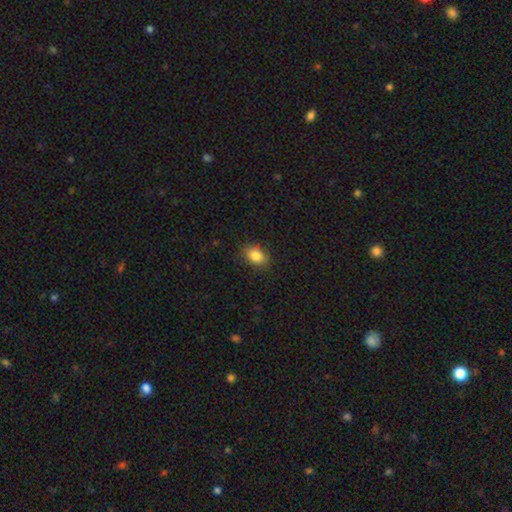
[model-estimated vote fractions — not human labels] The model was most divided on "how rounded": in between: 76%, round: 23%, cigar-shaped: 1%. More confident: merging — none (86%); smooth or featured — smooth (85%).